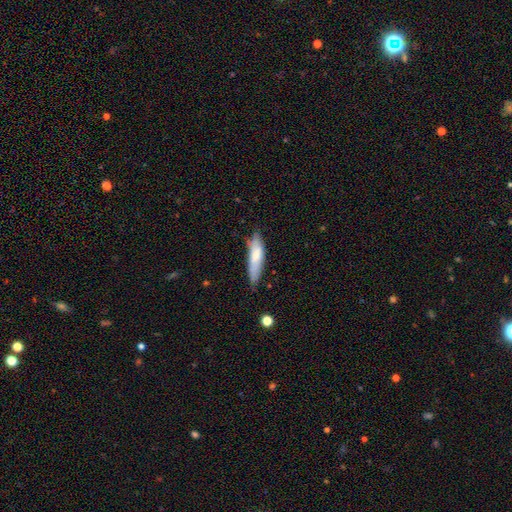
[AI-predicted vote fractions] Overall: smooth (72%). How rounded: cigar-shaped (61%; in between 37%). Merging: none (63%; minor disturbance 28%).